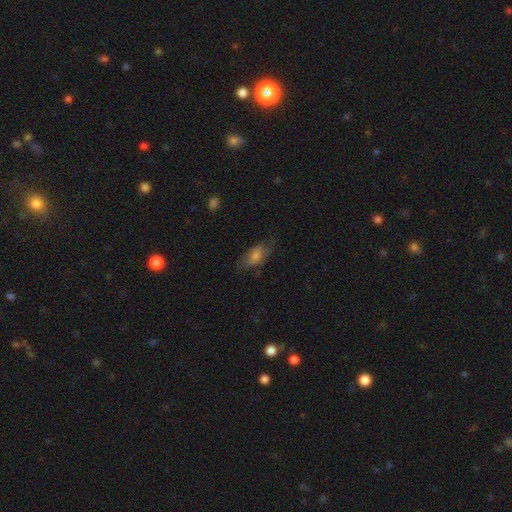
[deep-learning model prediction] Smooth or featured? Predicted: smooth (p=0.63). How rounded? Predicted: in between (p=0.84). Merging? Predicted: none (p=0.63).